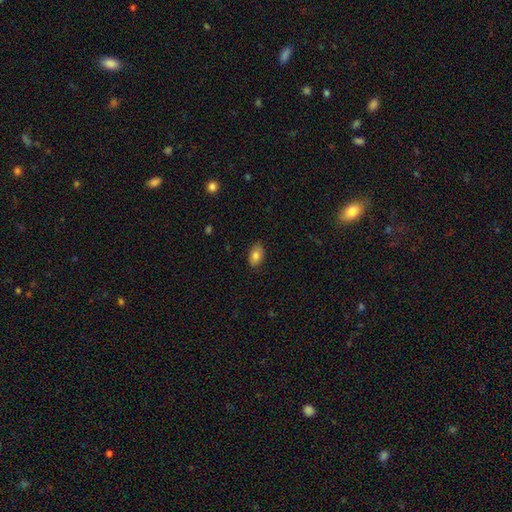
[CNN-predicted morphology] type=smooth (82%); roundness=in between (90%); merging=none (84%).